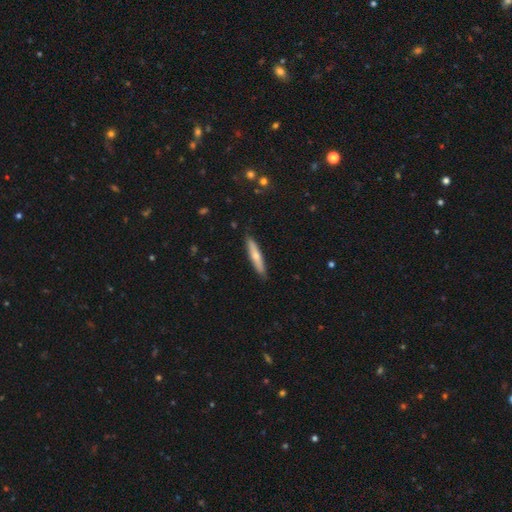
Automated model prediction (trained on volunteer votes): smooth-or-featured: smooth: 64% | featured or disk: 31% | star or artifact: 5%
  how-rounded: cigar-shaped: 89% | in between: 10% | round: 1%
  merging: none: 88% | minor disturbance: 9% | major disturbance: 2% | merger: 1%